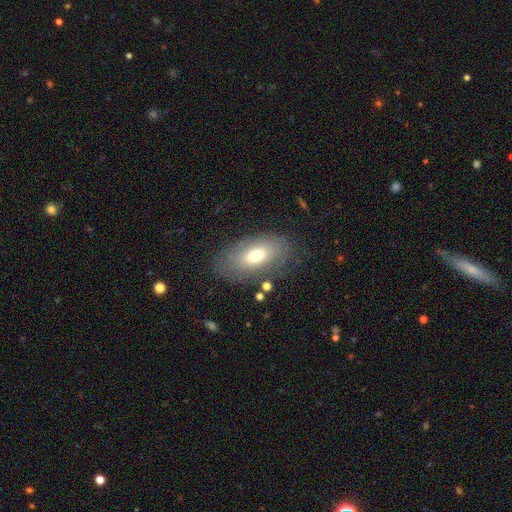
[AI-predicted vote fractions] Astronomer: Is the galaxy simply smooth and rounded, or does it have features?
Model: smooth — 61%.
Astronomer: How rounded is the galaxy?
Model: in between — 91%.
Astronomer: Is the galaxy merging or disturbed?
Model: none — 76%.